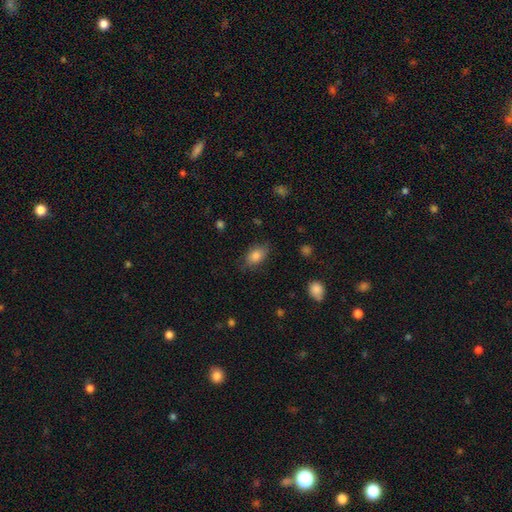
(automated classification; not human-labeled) Morphology: type=smooth (83%); roundness=in between (86%); merging=none (78%).